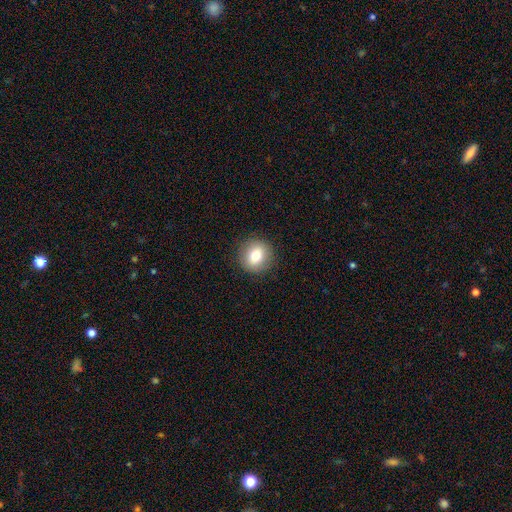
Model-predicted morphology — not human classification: The model was most divided on "smooth or featured": smooth: 77%, featured or disk: 14%, star or artifact: 9%. More confident: merging — none (90%); how rounded — round (89%).